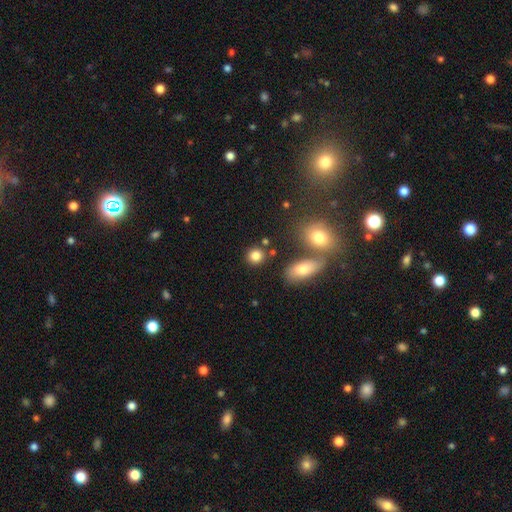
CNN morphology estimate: Smooth or featured?
  - smooth: 83% *
  - star or artifact: 10%
  - featured or disk: 7%
How rounded?
  - round: 81% *
  - in between: 17%
  - cigar-shaped: 2%
Merging?
  - none: 79% *
  - merger: 9%
  - minor disturbance: 9%
  - major disturbance: 3%